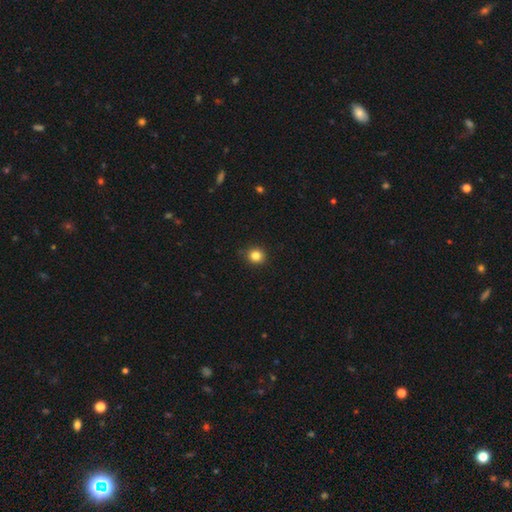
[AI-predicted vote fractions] Smooth or featured: smooth — 83% (star or artifact — 12%)
How rounded: round — 88% (in between — 11%)
Merging: none — 90% (minor disturbance — 7%)